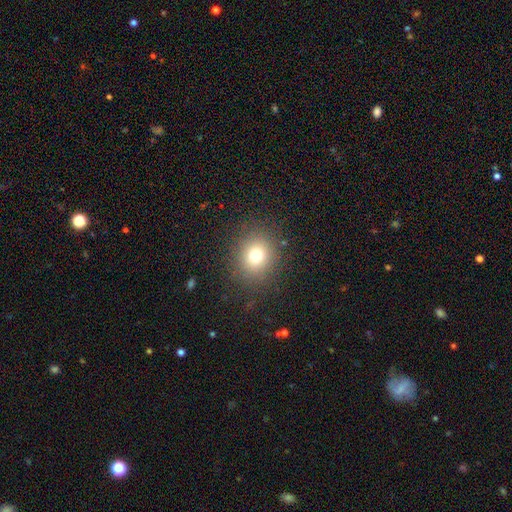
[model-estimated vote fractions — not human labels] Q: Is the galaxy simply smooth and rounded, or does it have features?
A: smooth — 74%.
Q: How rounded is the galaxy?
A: round — 82%.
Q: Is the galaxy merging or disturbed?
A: none — 87%.